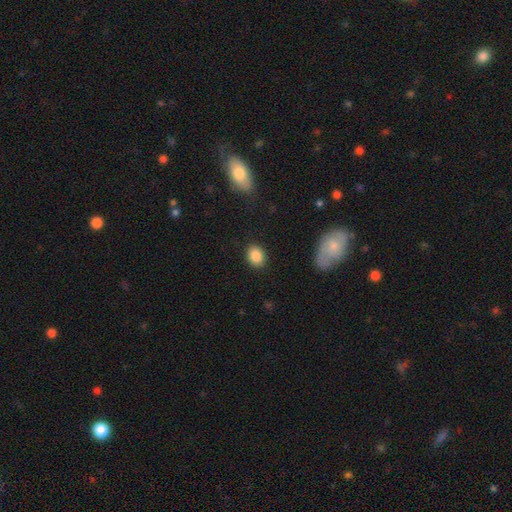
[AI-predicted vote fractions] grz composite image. It shows a smooth galaxy with no disk features (87%) that is in between round and cigar-shaped (64%). Merging: none (88%).